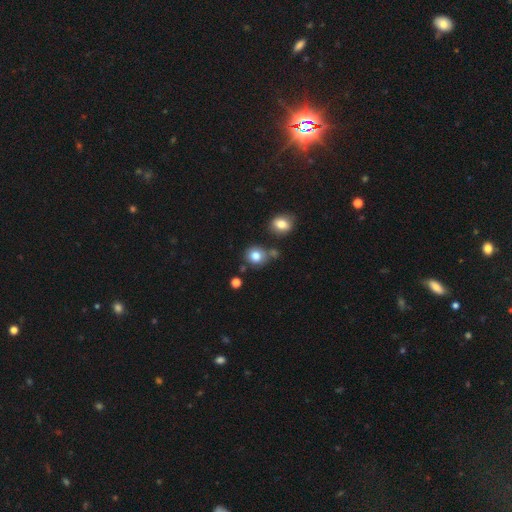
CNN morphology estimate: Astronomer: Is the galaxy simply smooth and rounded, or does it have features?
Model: smooth — 82%.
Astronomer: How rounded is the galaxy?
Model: round — 81%.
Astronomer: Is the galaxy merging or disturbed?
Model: none — 68%.